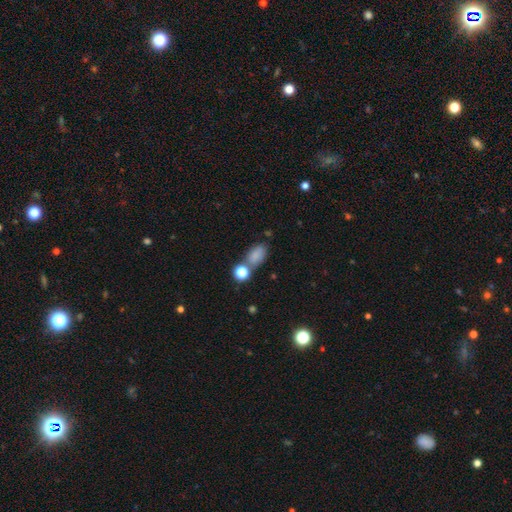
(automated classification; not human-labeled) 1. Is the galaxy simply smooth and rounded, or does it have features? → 80% smooth, 13% star or artifact, 7% featured or disk.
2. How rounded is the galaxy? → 85% in between, 12% round, 3% cigar-shaped.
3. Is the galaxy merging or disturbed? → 58% none, 20% merger, 16% minor disturbance, 6% major disturbance.